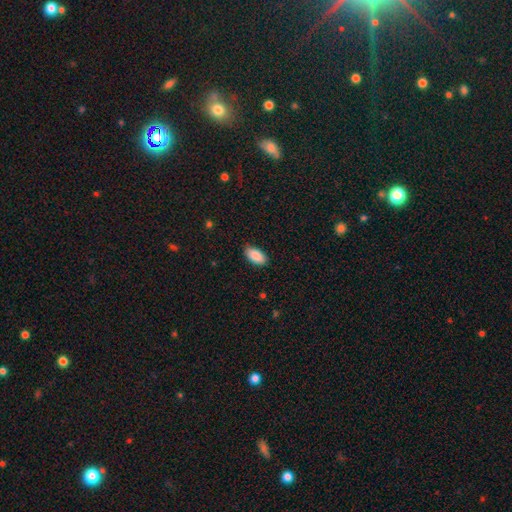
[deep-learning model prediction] smooth-or-featured: smooth: 89% | star or artifact: 6% | featured or disk: 5%
  how-rounded: in between: 94% | cigar-shaped: 4% | round: 2%
  merging: none: 86% | minor disturbance: 10% | major disturbance: 2% | merger: 1%